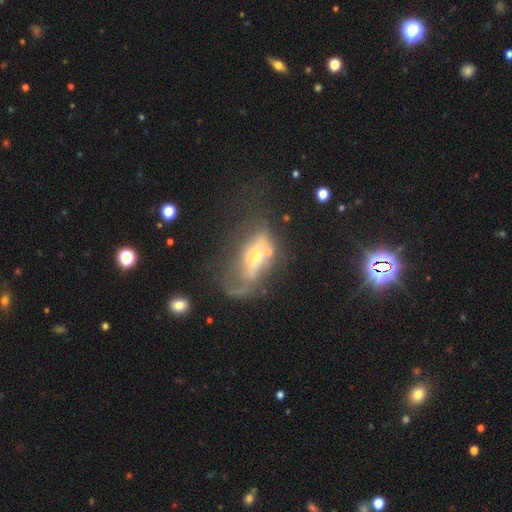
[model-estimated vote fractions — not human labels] Q: Smooth or featured?
A: featured or disk (56%); runner-up: smooth (34%)
Q: Edge-on disk?
A: no (75%); runner-up: yes (25%)
Q: Merging?
A: major disturbance (43%); runner-up: none (25%)